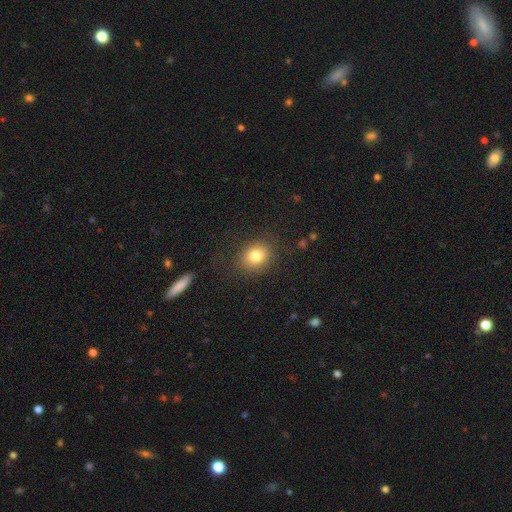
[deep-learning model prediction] Morphology: type=smooth (79%); roundness=round (59%); merging=none (83%).